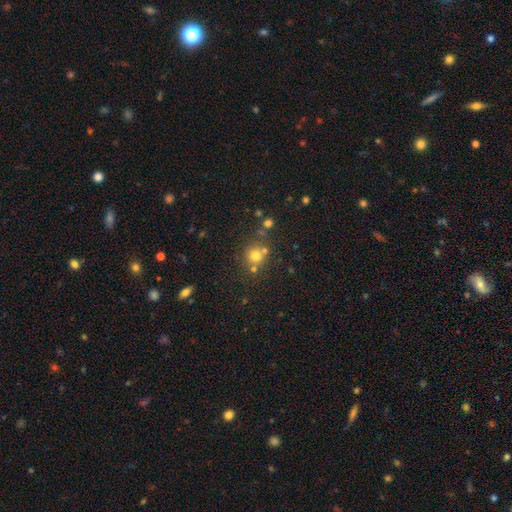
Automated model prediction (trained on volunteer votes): Q: Smooth or featured?
A: smooth (71%); runner-up: star or artifact (19%)
Q: How rounded?
A: round (88%); runner-up: in between (11%)
Q: Merging?
A: none (63%); runner-up: merger (23%)